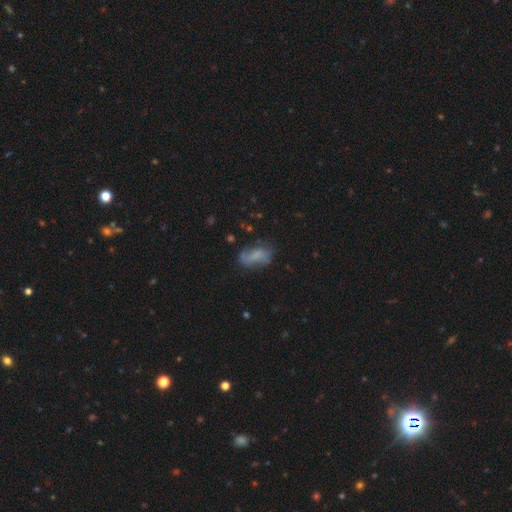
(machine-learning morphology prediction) Smooth or featured: smooth — 54% (featured or disk — 36%)
How rounded: in between — 86% (round — 7%)
Merging: none — 50% (minor disturbance — 28%)